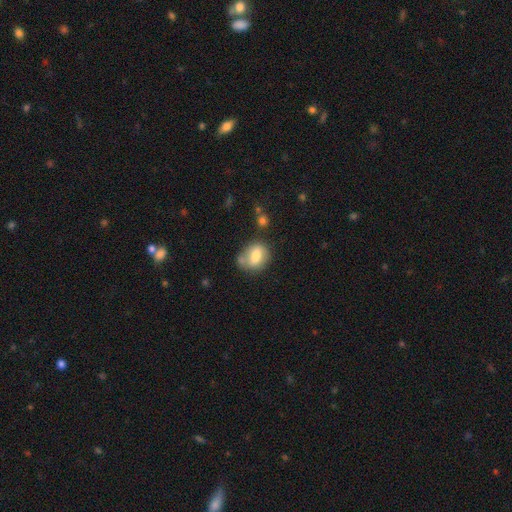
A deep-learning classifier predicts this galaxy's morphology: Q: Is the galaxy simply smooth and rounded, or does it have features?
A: smooth — 67%.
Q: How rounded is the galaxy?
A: in between — 51%.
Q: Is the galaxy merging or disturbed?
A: none — 58%.